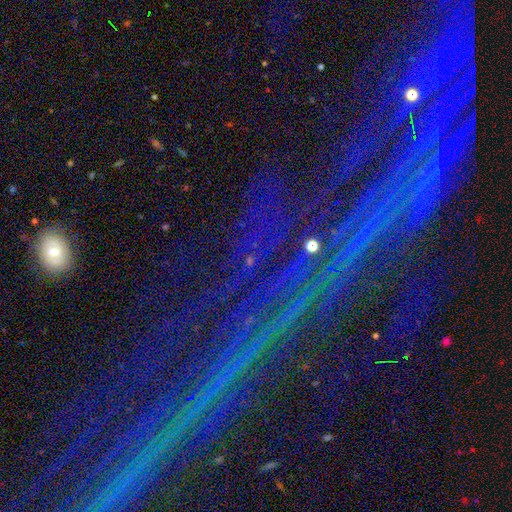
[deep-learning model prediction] This is clearly a star or artifact rather than a galaxy (81%).